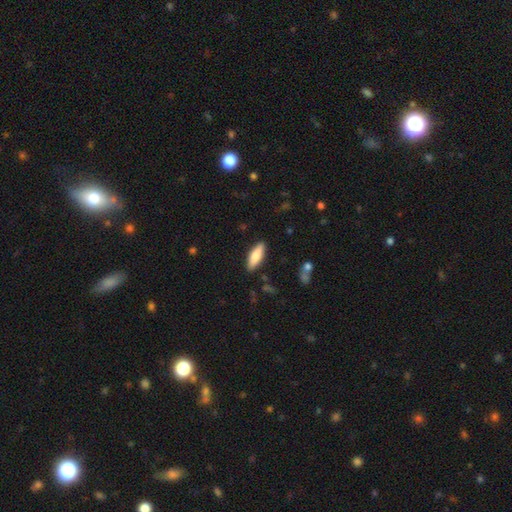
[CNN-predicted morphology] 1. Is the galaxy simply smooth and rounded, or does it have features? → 79% smooth, 15% featured or disk, 6% star or artifact.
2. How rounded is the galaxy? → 56% in between, 43% cigar-shaped, 2% round.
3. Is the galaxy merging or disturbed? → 88% none, 9% minor disturbance, 2% major disturbance, 1% merger.